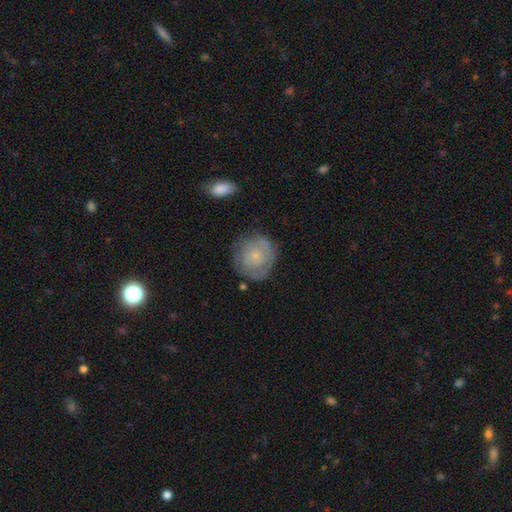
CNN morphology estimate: Overall: smooth (52%; featured or disk 42%). How rounded: round (86%). Merging: none (71%).